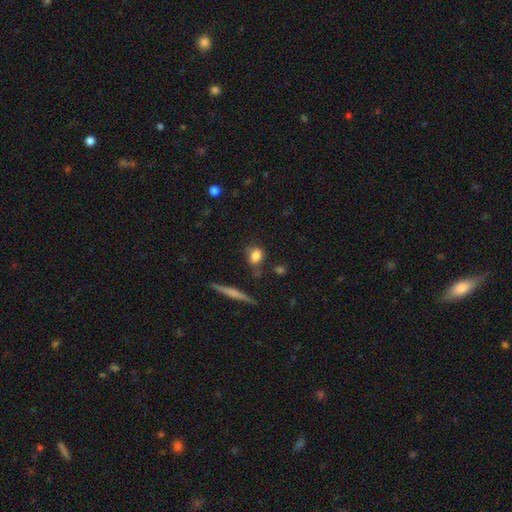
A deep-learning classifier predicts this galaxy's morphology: smooth_or_featured: smooth (p=0.80) [alt: featured or disk p=0.10]
how_rounded: in between (p=0.57) [alt: round p=0.38]
merging: none (p=0.68) [alt: minor disturbance p=0.20]